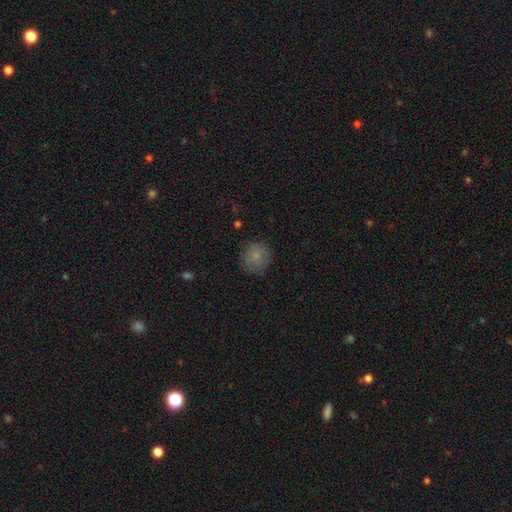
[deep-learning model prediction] This appears to be a smooth galaxy with no disk features (81%) that is round (90%). Merging: none (80%).